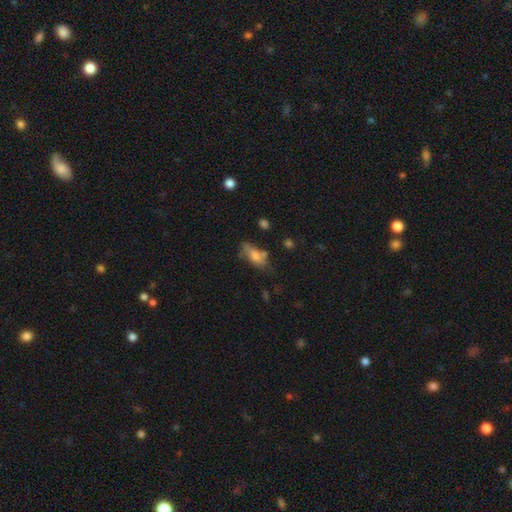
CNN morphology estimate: Smooth or featured: smooth — 65% (featured or disk — 25%)
How rounded: in between — 71% (cigar-shaped — 26%)
Merging: none — 50% (minor disturbance — 27%)